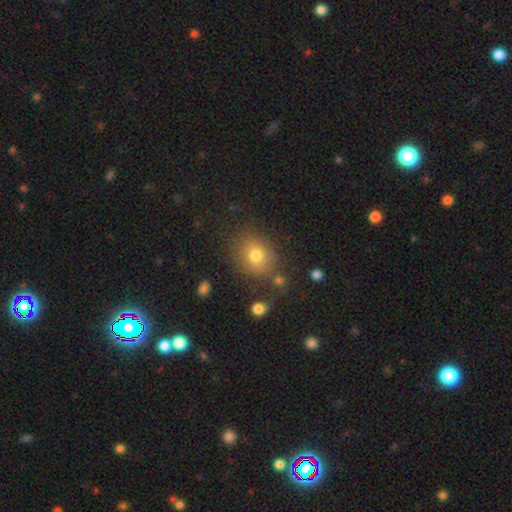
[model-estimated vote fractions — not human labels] Overall: smooth (76%). How rounded: round (61%; in between 38%). Merging: none (75%).